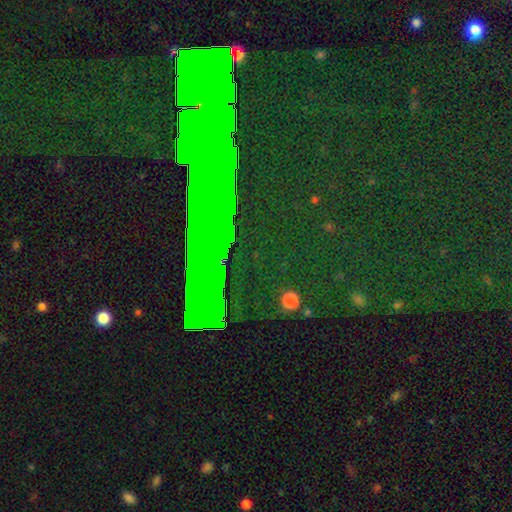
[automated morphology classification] smooth-or-featured: star or artifact: 76% | featured or disk: 14% | smooth: 10%